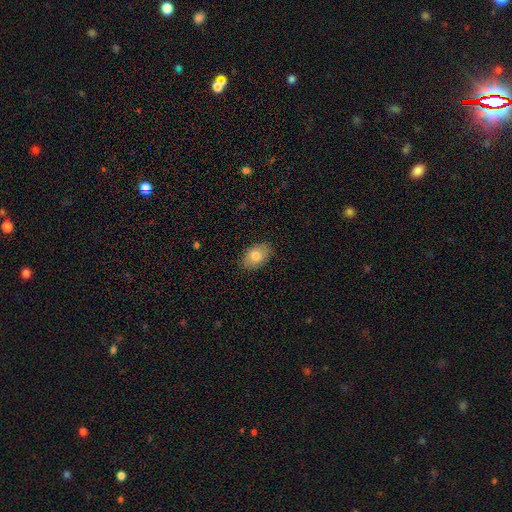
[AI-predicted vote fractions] Overall: smooth (78%). How rounded: in between (89%). Merging: none (86%).